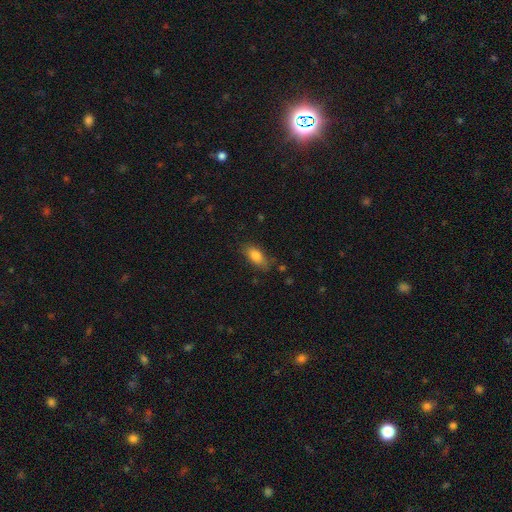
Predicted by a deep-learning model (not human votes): Smooth or featured?
  - smooth: 81% *
  - featured or disk: 12%
  - star or artifact: 8%
How rounded?
  - in between: 85% *
  - cigar-shaped: 11%
  - round: 4%
Merging?
  - none: 76% *
  - minor disturbance: 18%
  - major disturbance: 4%
  - merger: 2%